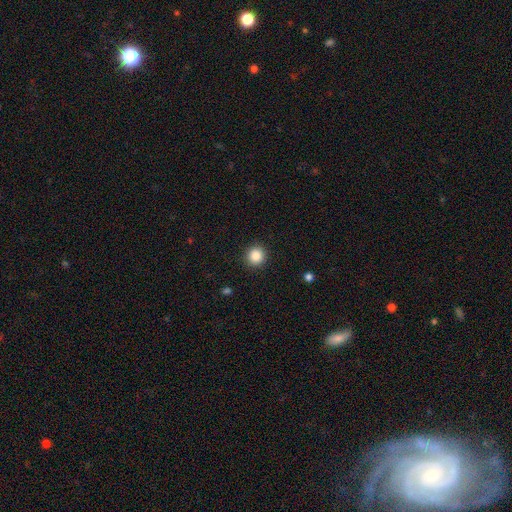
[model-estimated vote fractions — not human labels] The model was most divided on "smooth or featured": smooth: 87%, star or artifact: 10%, featured or disk: 4%. More confident: how rounded — round (93%); merging — none (91%).